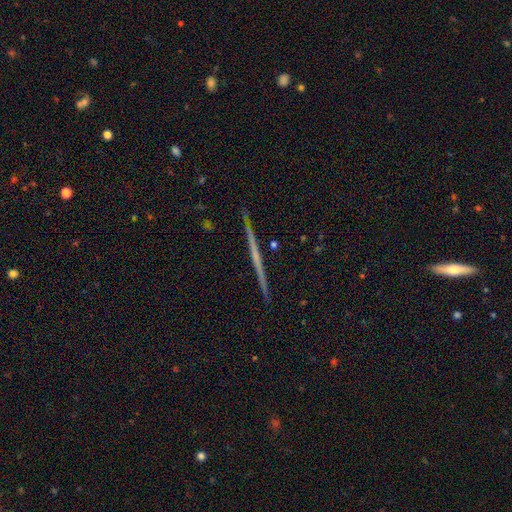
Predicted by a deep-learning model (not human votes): Smooth or featured? featured or disk (70%)
Edge-on disk? yes (98%)
Edge-on bulge? none (81%)
Merging? none (93%)